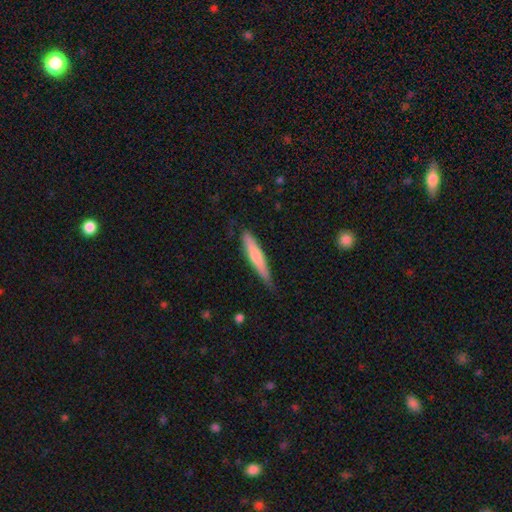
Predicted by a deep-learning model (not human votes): This is likely a smooth galaxy (65%). How rounded: clearly cigar-shaped (90%). Merging: likely none (74%).